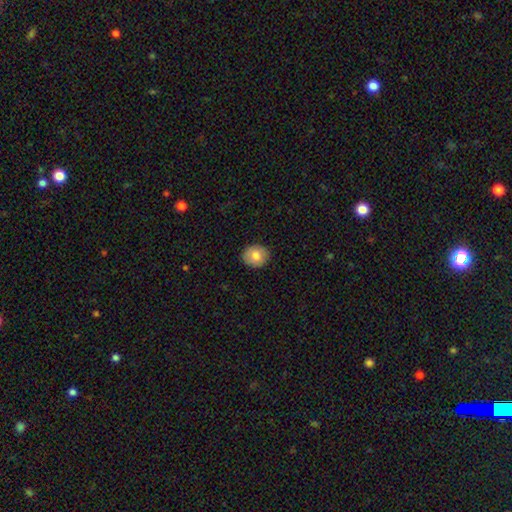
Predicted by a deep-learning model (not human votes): This is likely a smooth galaxy (79%). How rounded: likely round (75%). Merging: clearly none (88%).